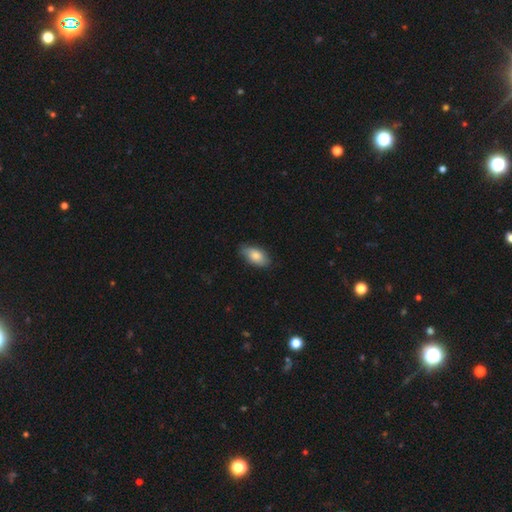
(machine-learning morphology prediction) smooth-or-featured: smooth: 82% | featured or disk: 12% | star or artifact: 6%
  how-rounded: in between: 92% | cigar-shaped: 4% | round: 3%
  merging: none: 78% | minor disturbance: 18% | major disturbance: 3% | merger: 1%